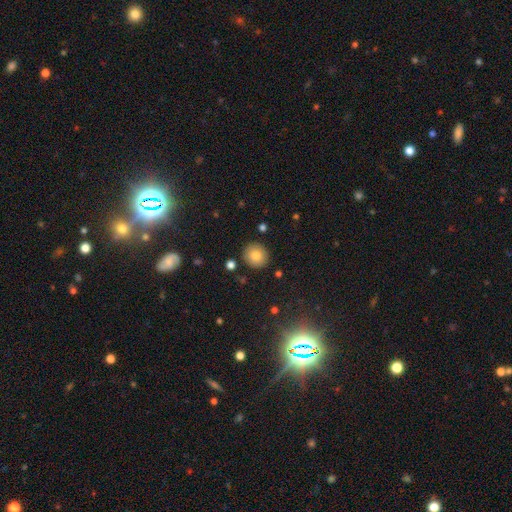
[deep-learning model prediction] Smooth or featured: smooth — 84% (star or artifact — 9%)
How rounded: round — 91% (in between — 8%)
Merging: none — 89% (minor disturbance — 7%)